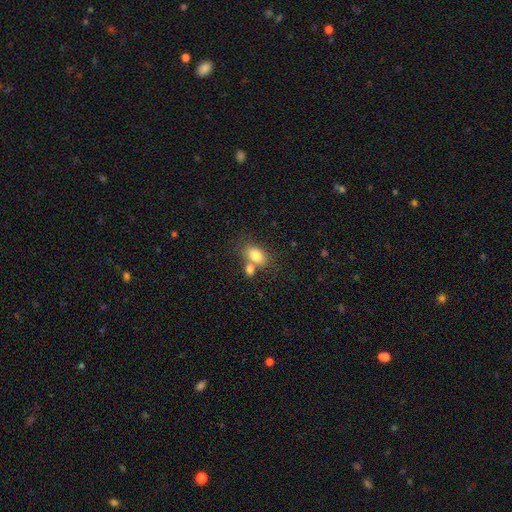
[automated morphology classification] Smooth or featured? Predicted: smooth (p=0.81). How rounded? Predicted: in between (p=0.86). Merging? Predicted: none (p=0.48).